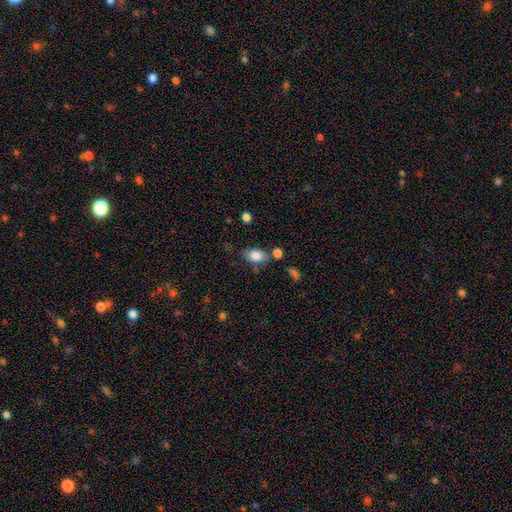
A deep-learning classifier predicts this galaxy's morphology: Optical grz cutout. It shows a smooth galaxy with no disk features (83%) that is in between round and cigar-shaped (86%). Merging: none (69%).